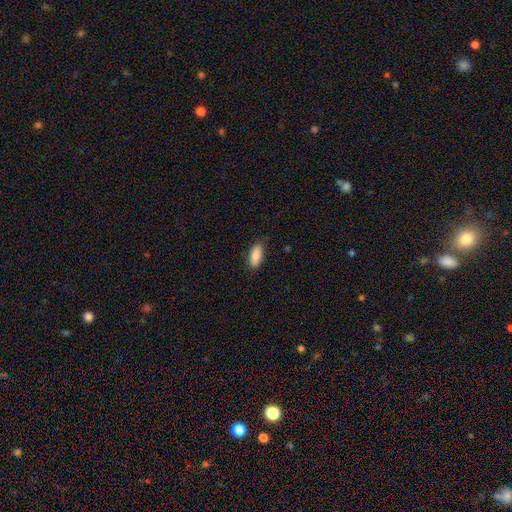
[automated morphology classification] A smooth galaxy with no disk features (84%) that is in between round and cigar-shaped (86%).

Vote fractions:
- Smooth or featured? smooth: 84% / featured or disk: 9% / star or artifact: 7%
- How rounded? in between: 86% / cigar-shaped: 12% / round: 2%
- Merging? none: 83% / minor disturbance: 13% / major disturbance: 2% / merger: 1%